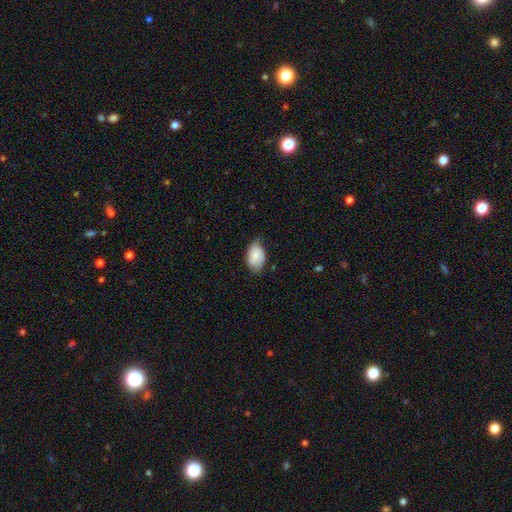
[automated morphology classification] Smooth or featured? Predicted: smooth (p=0.77). How rounded? Predicted: in between (p=0.89). Merging? Predicted: none (p=0.60).